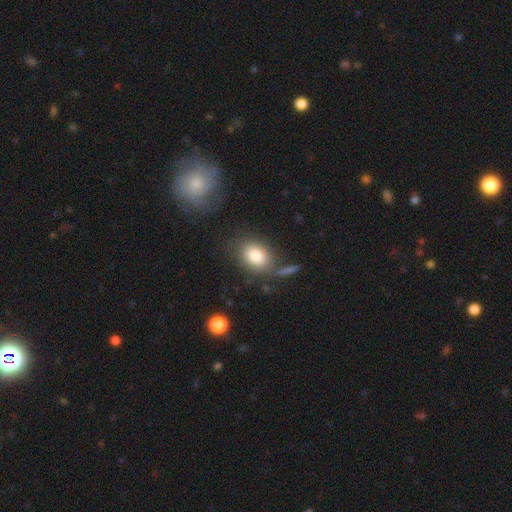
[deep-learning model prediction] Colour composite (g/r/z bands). It shows a smooth galaxy with no disk features (83%) that is in between round and cigar-shaped (67%). Merging: none (70%).